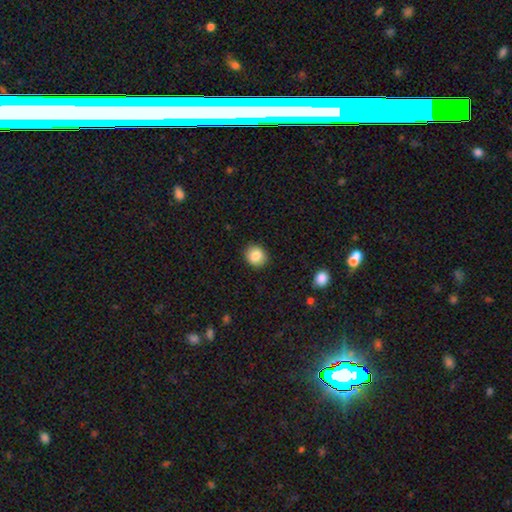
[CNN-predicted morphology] The model was most divided on "how rounded": round: 79%, in between: 20%, cigar-shaped: 1%. More confident: merging — none (90%); smooth or featured — smooth (85%).